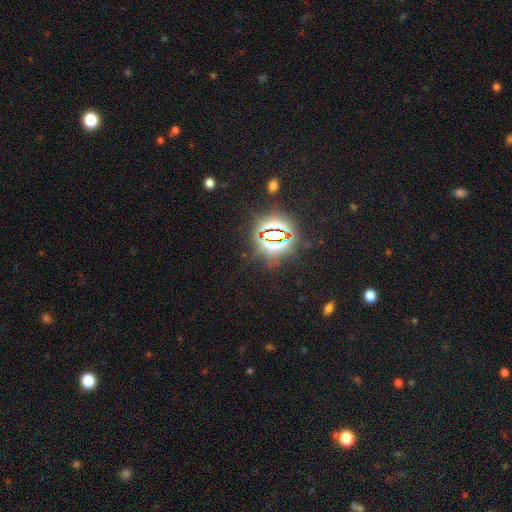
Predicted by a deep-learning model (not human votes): Q: Smooth or featured?
A: star or artifact (84%); runner-up: smooth (11%)